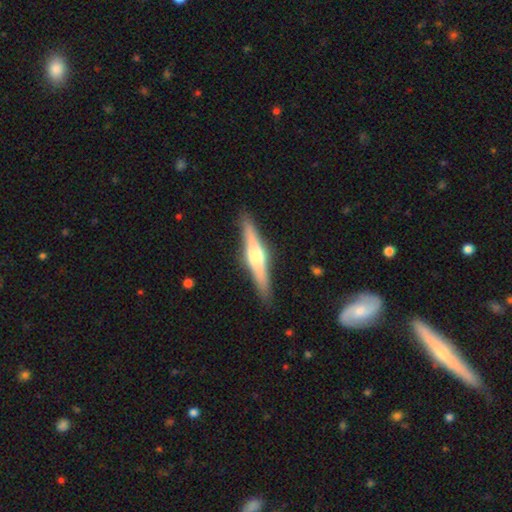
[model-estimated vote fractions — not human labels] Smooth or featured?
  - featured or disk: 70% *
  - smooth: 25%
  - star or artifact: 5%
Edge-on disk?
  - yes: 97% *
  - no: 3%
Edge-on bulge?
  - rounded: 85% *
  - boxy: 11%
  - none: 4%
Merging?
  - none: 89% *
  - minor disturbance: 8%
  - major disturbance: 2%
  - merger: 1%